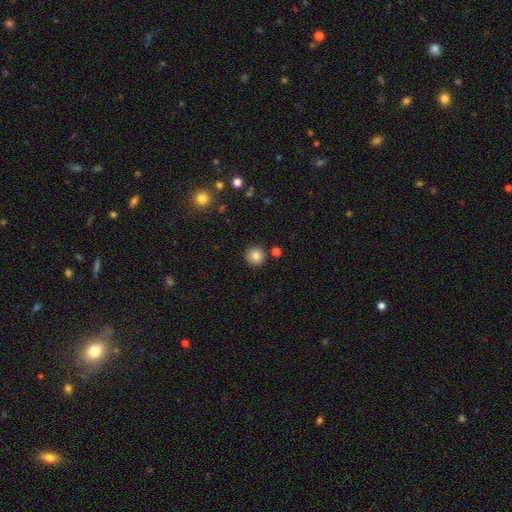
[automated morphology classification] A smooth galaxy with no disk features (84%) that is round (94%).

Vote fractions:
- Smooth or featured? smooth: 84% / star or artifact: 10% / featured or disk: 6%
- How rounded? round: 94% / in between: 5% / cigar-shaped: 1%
- Merging? none: 88% / minor disturbance: 6% / merger: 3% / major disturbance: 2%